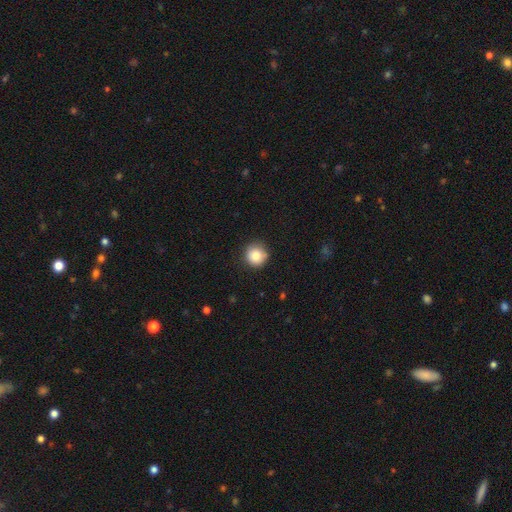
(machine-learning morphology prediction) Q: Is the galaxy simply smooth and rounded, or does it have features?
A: smooth — 84%.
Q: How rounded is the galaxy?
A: round — 94%.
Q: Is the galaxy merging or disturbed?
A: none — 86%.